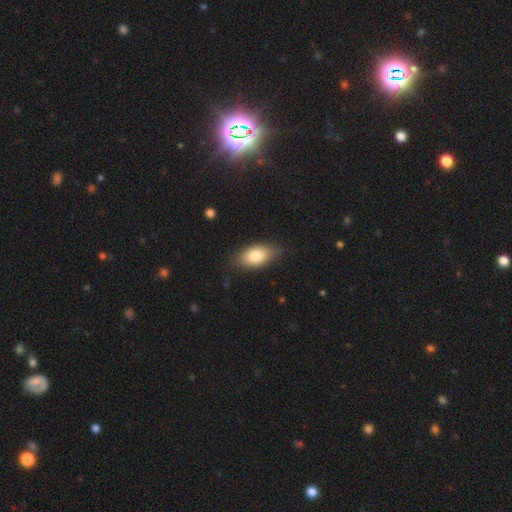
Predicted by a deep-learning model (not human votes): A smooth galaxy with no disk features (82%) that is in between round and cigar-shaped (92%). Merging: none (80%).